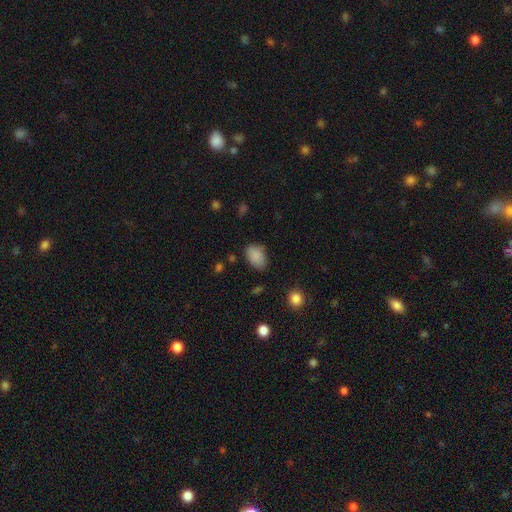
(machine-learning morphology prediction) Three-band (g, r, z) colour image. It shows a smooth galaxy with no disk features (86%) that is in between round and cigar-shaped (83%). Merging: none (73%).